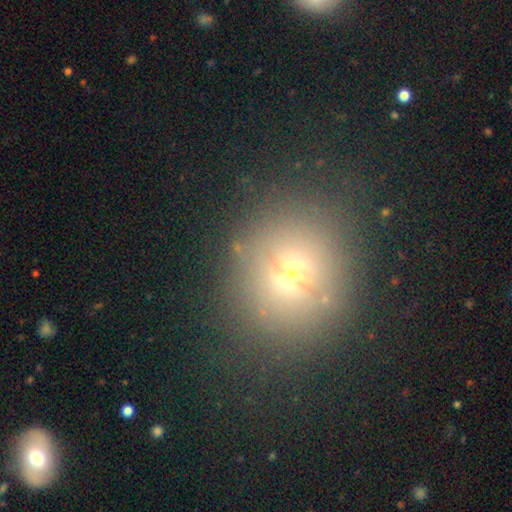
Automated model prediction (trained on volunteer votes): Smooth or featured? Predicted: smooth (p=0.55). How rounded? Predicted: round (p=0.80). Merging? Predicted: none (p=0.79).